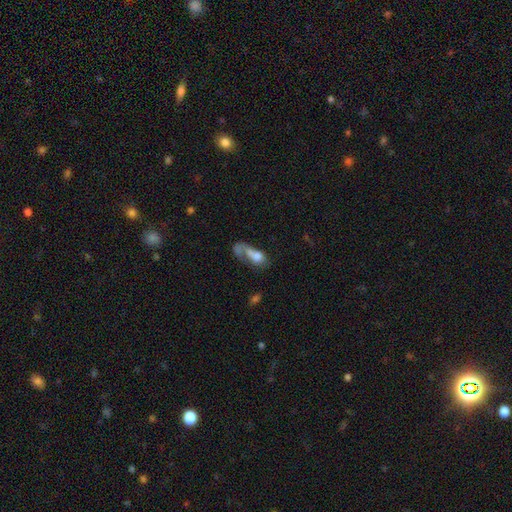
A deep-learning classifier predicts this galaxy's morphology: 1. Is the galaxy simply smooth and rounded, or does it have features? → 56% smooth, 34% featured or disk, 10% star or artifact.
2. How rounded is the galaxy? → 72% in between, 16% round, 12% cigar-shaped.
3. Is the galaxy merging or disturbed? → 44% merger, 30% major disturbance, 16% none, 10% minor disturbance.